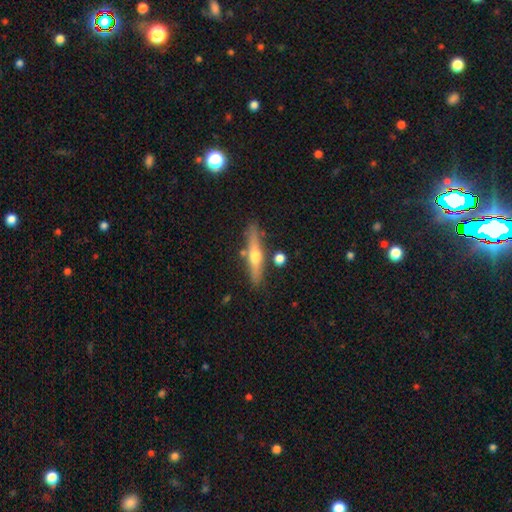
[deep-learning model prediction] Smooth or featured?
  - featured or disk: 57% *
  - smooth: 37%
  - star or artifact: 6%
Edge-on disk?
  - yes: 93% *
  - no: 7%
Edge-on bulge?
  - rounded: 90% *
  - none: 7%
  - boxy: 3%
Merging?
  - none: 79% *
  - minor disturbance: 12%
  - merger: 6%
  - major disturbance: 3%